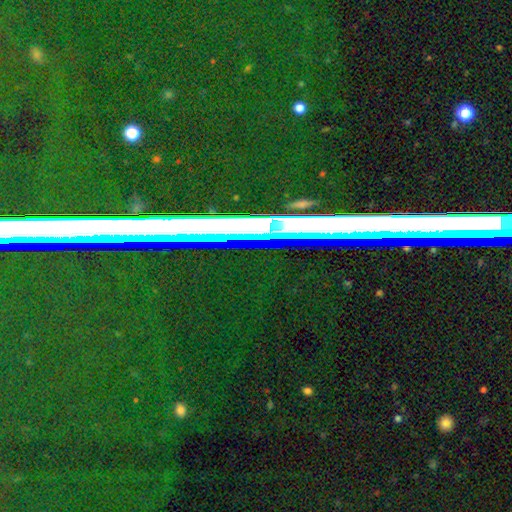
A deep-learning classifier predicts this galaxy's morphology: A star or artifact, not a galaxy (67%).